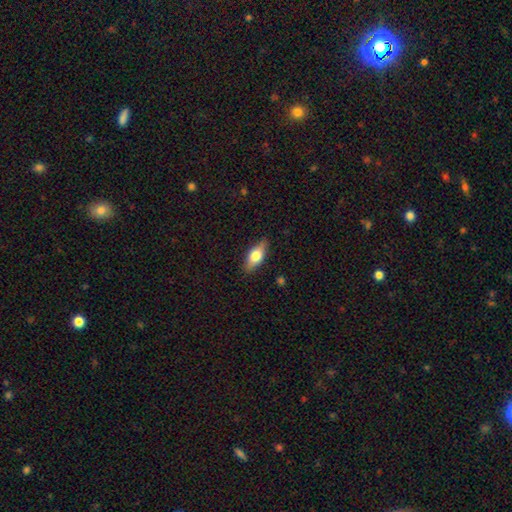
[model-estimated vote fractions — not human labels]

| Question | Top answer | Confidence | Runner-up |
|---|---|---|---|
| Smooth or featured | smooth | 64% | featured or disk (30%) |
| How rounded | in between | 78% | cigar-shaped (18%) |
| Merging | none | 85% | minor disturbance (11%) |